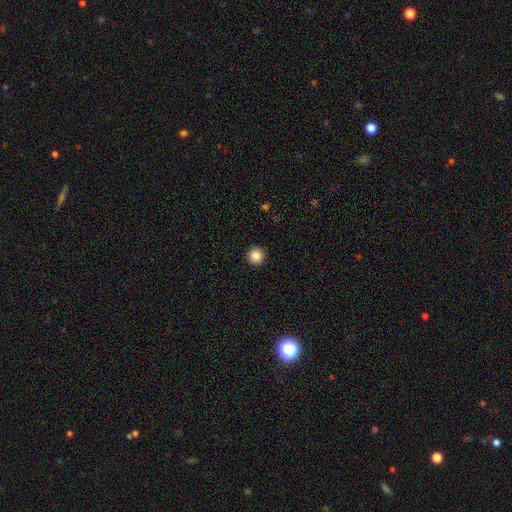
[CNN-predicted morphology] smooth_or_featured: smooth (p=0.86) [alt: star or artifact p=0.10]
how_rounded: round (p=0.96) [alt: in between p=0.03]
merging: none (p=0.93) [alt: minor disturbance p=0.04]